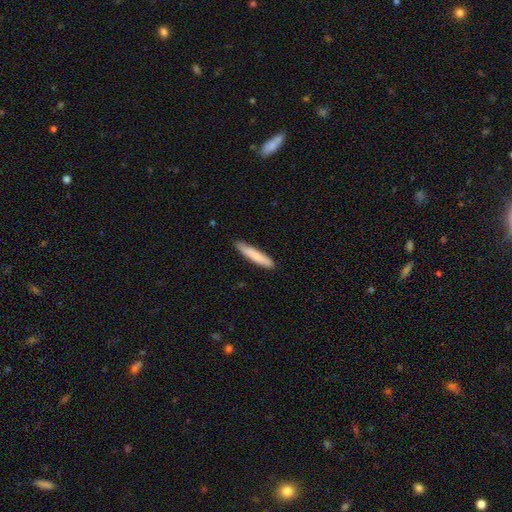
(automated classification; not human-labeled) Smooth or featured? smooth (79%)
How rounded? cigar-shaped (92%)
Merging? none (88%)